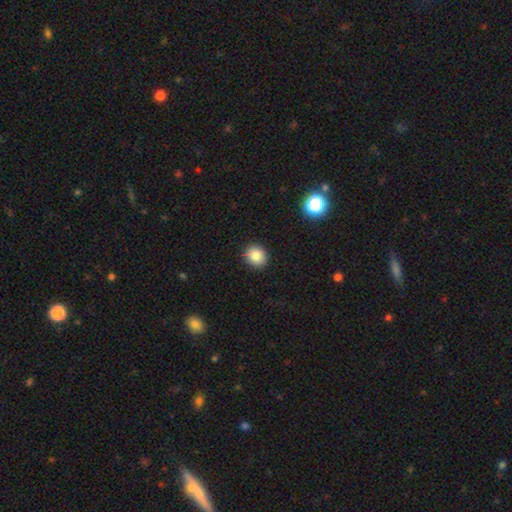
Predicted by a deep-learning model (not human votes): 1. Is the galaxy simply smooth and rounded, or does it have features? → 84% smooth, 10% star or artifact, 6% featured or disk.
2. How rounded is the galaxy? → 78% round, 21% in between, 1% cigar-shaped.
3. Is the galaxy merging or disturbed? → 91% none, 6% minor disturbance, 2% major disturbance, 1% merger.